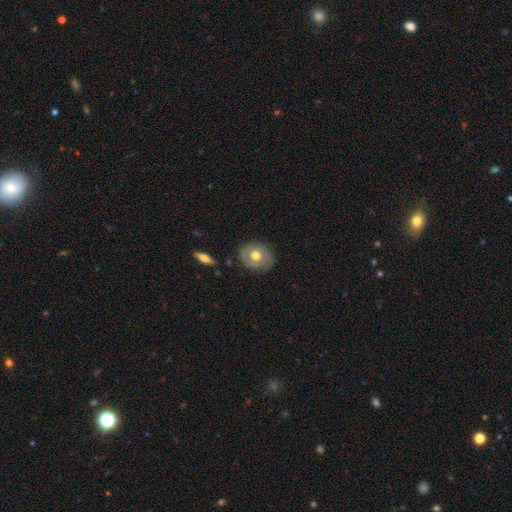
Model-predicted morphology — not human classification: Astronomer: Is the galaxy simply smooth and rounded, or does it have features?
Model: smooth — 52% (runner-up: featured or disk, 42%).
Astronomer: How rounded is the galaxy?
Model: round — 56% (runner-up: in between, 43%).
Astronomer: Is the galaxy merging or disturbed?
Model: none — 80%.